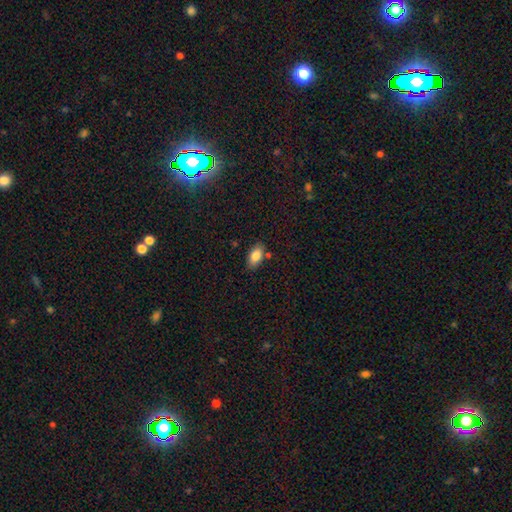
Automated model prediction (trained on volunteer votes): A smooth galaxy with no disk features (84%) that is in between round and cigar-shaped (91%). Merging: none (80%).